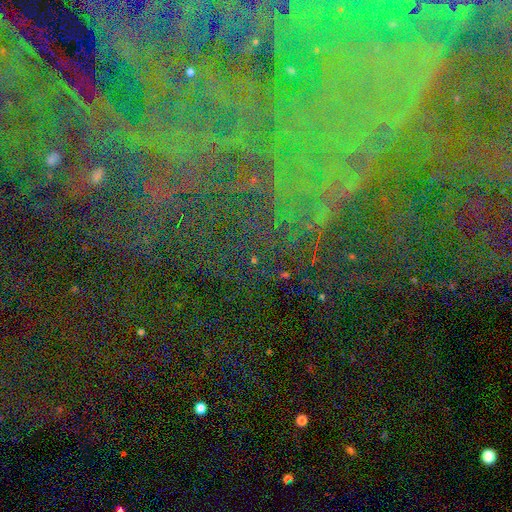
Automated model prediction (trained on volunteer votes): star or artifact 65%, featured or disk 23%, smooth 12%.